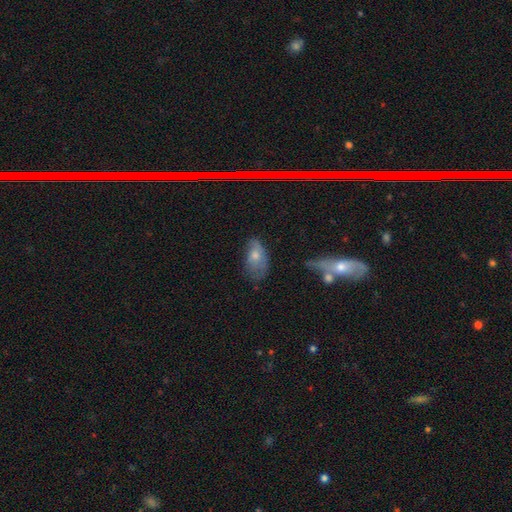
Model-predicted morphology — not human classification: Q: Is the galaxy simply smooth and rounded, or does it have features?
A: smooth — 64%.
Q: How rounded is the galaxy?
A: in between — 90%.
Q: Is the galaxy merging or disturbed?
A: minor disturbance — 36%, tied with none.